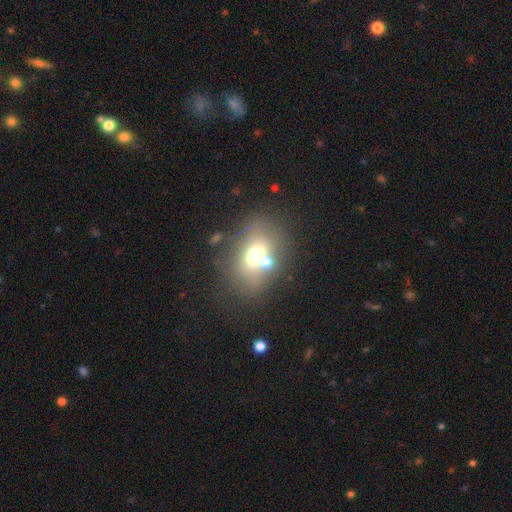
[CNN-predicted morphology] The model was most divided on "how rounded": in between: 60%, round: 38%, cigar-shaped: 2%. More confident: smooth or featured — smooth (62%); merging — none (53%).